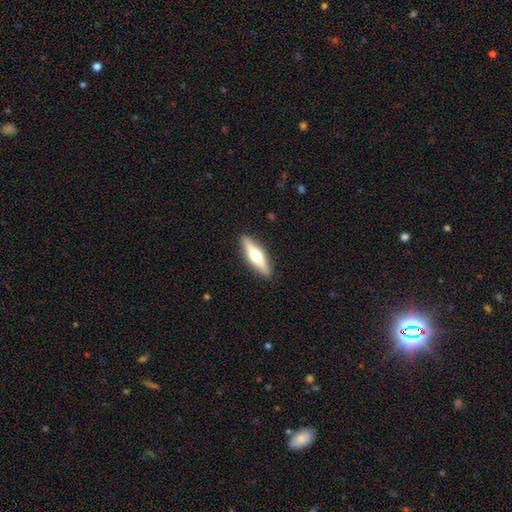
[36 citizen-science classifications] Q: Smooth or featured?
A: smooth (69%); runner-up: featured or disk (28%)
Q: How rounded?
A: cigar-shaped (76%); runner-up: in between (24%)
Q: Merging?
A: none (97%); runner-up: major disturbance (3%)